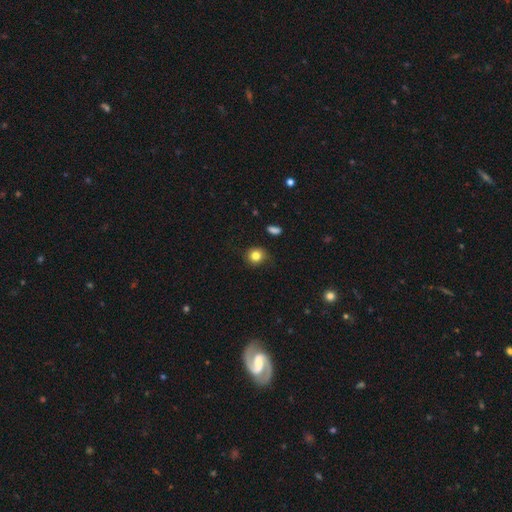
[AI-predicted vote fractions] A smooth galaxy with no disk features (82%) that is round (85%). Merging: none (81%).